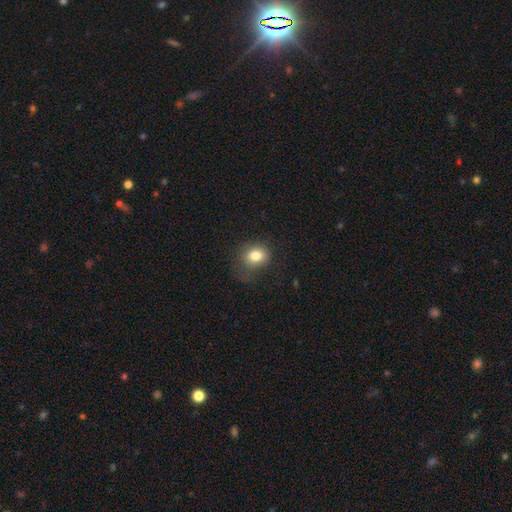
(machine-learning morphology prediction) smooth-or-featured: smooth: 81% | star or artifact: 11% | featured or disk: 9%
  how-rounded: round: 51% | in between: 48% | cigar-shaped: 1%
  merging: none: 62% | minor disturbance: 23% | major disturbance: 13% | merger: 1%